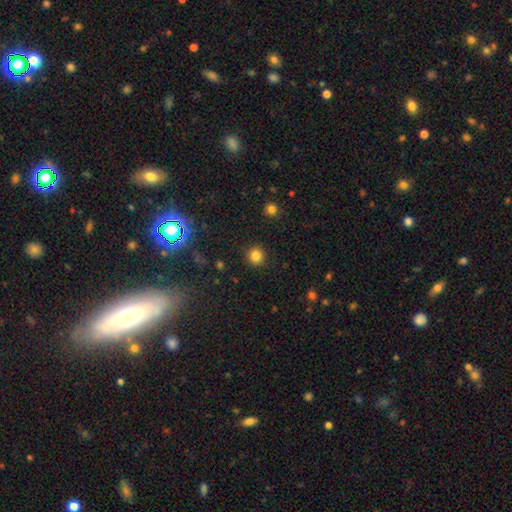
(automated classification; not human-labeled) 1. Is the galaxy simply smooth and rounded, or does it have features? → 82% smooth, 14% star or artifact, 5% featured or disk.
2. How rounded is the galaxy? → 92% round, 7% in between, 1% cigar-shaped.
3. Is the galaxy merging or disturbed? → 92% none, 5% minor disturbance, 2% major disturbance, 1% merger.